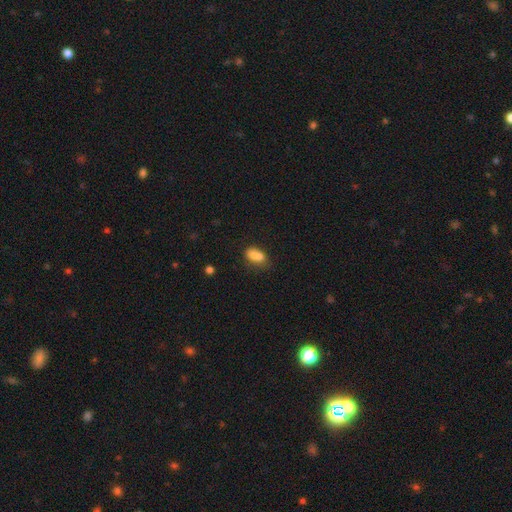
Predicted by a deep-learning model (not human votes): Smooth or featured? smooth (74%)
How rounded? in between (77%)
Merging? merger (46%)